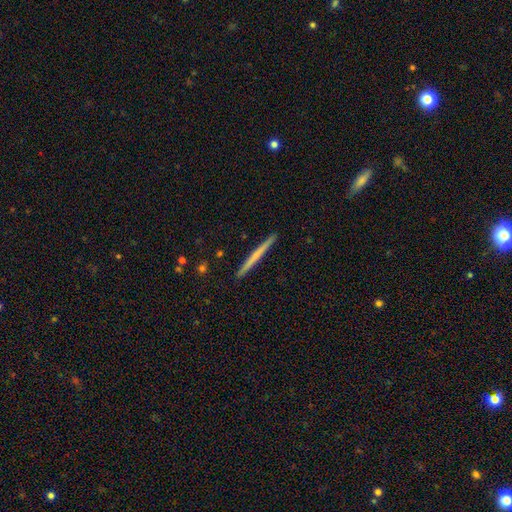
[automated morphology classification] This is possibly a smooth galaxy (50%). How rounded: clearly cigar-shaped (97%). Merging: clearly none (93%).